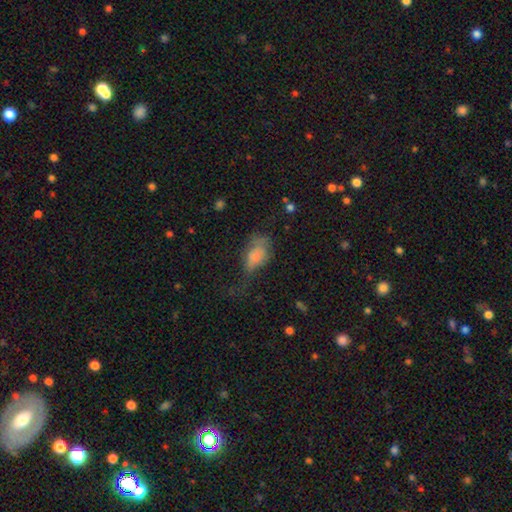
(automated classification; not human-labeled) This is likely a smooth galaxy (71%). How rounded: clearly in between (88%). Merging: marginally major disturbance (42%).